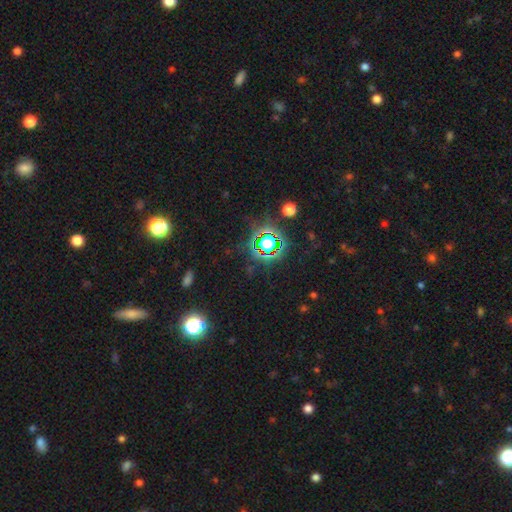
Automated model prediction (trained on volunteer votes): Q: Smooth or featured?
A: star or artifact (78%); runner-up: smooth (14%)